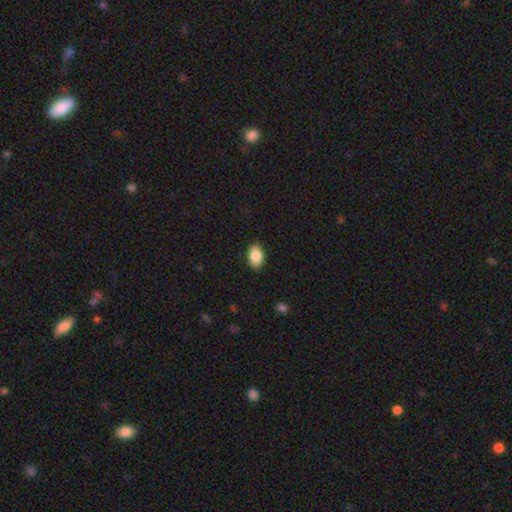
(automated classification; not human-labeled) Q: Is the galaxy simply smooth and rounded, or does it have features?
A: smooth — 88%.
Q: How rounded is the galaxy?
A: in between — 90%.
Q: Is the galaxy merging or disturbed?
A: none — 88%.